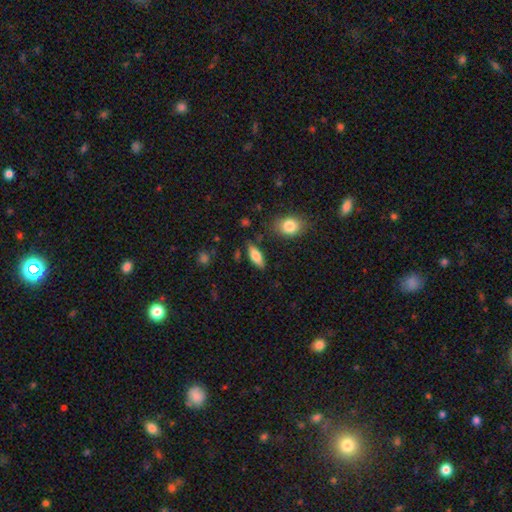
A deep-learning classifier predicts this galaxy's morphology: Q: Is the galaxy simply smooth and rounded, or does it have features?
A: smooth — 77%.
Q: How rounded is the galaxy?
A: in between — 73%.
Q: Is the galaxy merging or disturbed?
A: none — 80%.